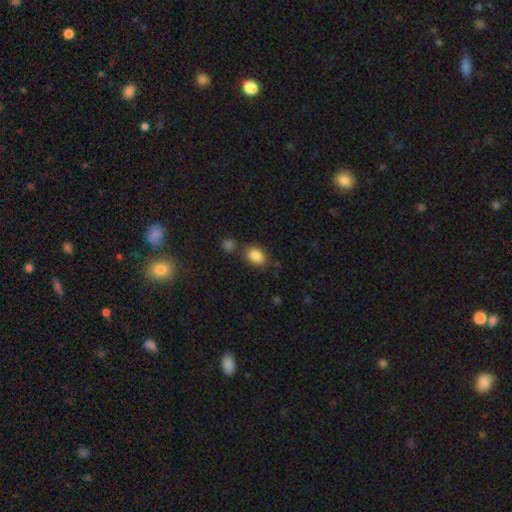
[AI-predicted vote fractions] Overall: smooth (86%). How rounded: in between (82%). Merging: none (71%).